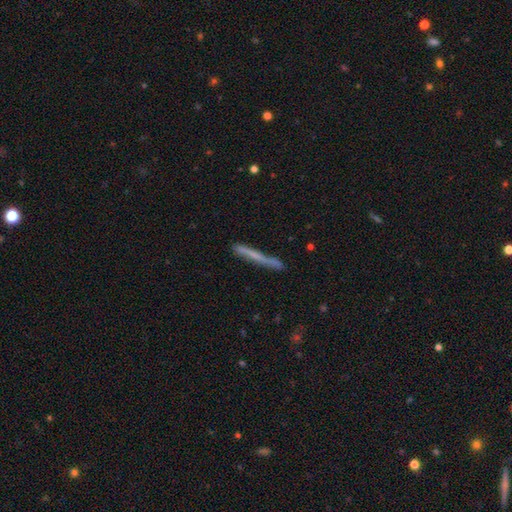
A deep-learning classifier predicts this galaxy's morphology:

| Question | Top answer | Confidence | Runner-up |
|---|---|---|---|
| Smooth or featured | smooth | 46% | tied: featured or disk (46%) |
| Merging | none | 82% | minor disturbance (13%) |